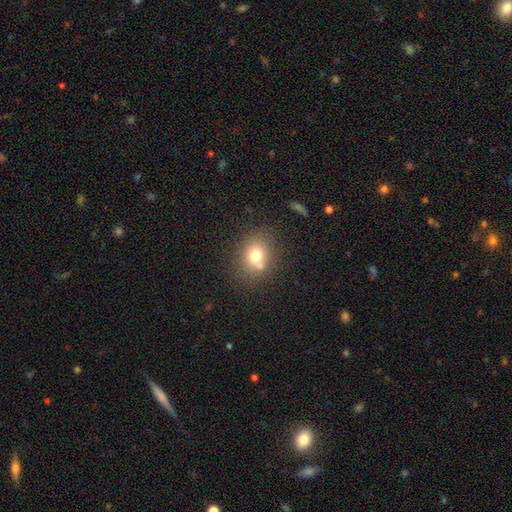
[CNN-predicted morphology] smooth_or_featured: smooth (p=0.73) [alt: featured or disk p=0.15]
how_rounded: round (p=0.58) [alt: in between p=0.41]
merging: none (p=0.64) [alt: merger p=0.17]